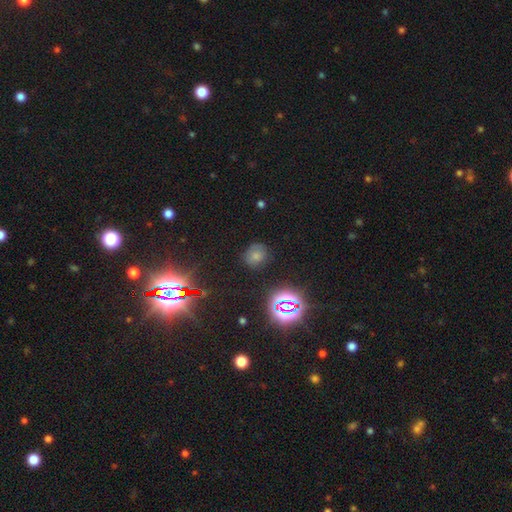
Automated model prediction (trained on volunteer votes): smooth-or-featured: smooth: 65% | star or artifact: 25% | featured or disk: 11%
  how-rounded: round: 71% | in between: 28% | cigar-shaped: 1%
  merging: none: 76% | minor disturbance: 17% | major disturbance: 5% | merger: 2%